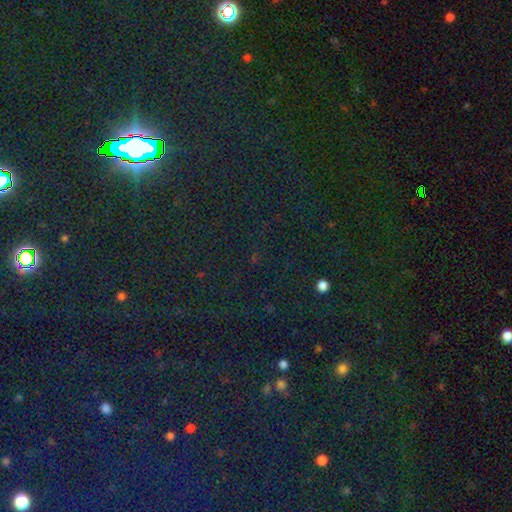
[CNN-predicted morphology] This is clearly a star or artifact rather than a galaxy (81%).